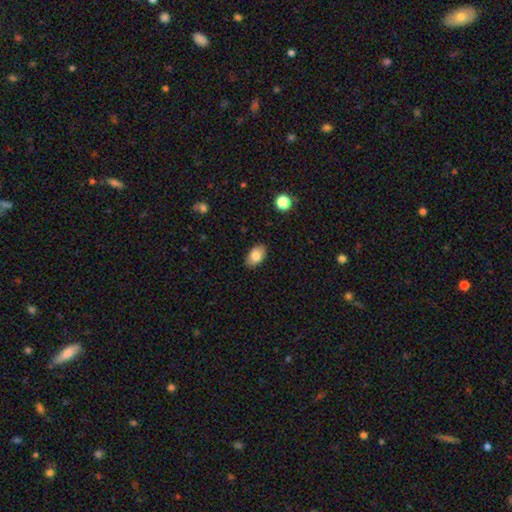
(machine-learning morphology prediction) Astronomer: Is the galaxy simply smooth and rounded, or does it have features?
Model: smooth — 81%.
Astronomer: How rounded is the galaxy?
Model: in between — 92%.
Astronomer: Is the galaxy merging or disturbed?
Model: none — 86%.